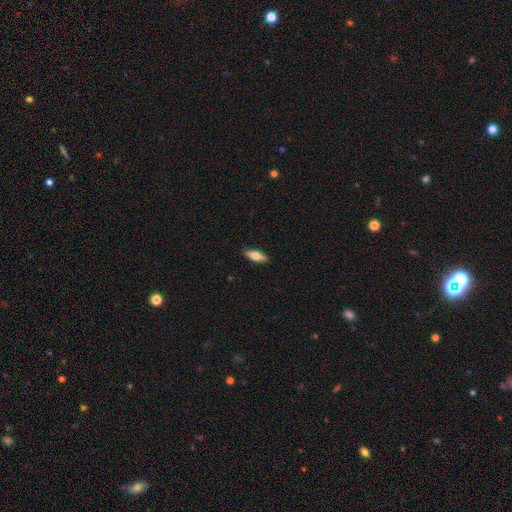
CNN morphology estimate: Smooth or featured: smooth — 68% (featured or disk — 26%)
How rounded: in between — 64% (cigar-shaped — 33%)
Merging: none — 89% (minor disturbance — 9%)